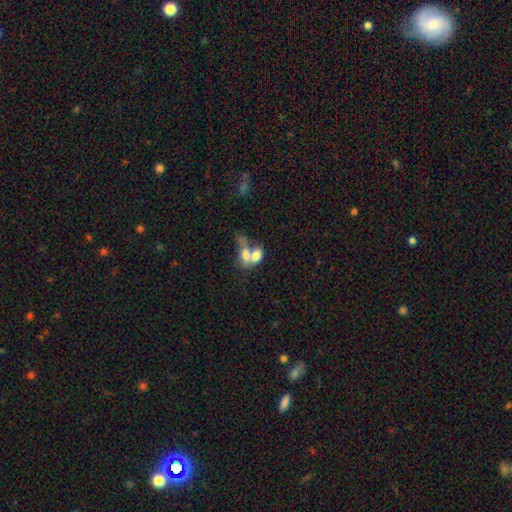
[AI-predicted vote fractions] A smooth galaxy with no disk features (70%) that is in between round and cigar-shaped (82%).

Vote fractions:
- Smooth or featured? smooth: 70% / featured or disk: 21% / star or artifact: 9%
- How rounded? in between: 82% / round: 14% / cigar-shaped: 3%
- Merging? merger: 71% / none: 15% / major disturbance: 7% / minor disturbance: 7%